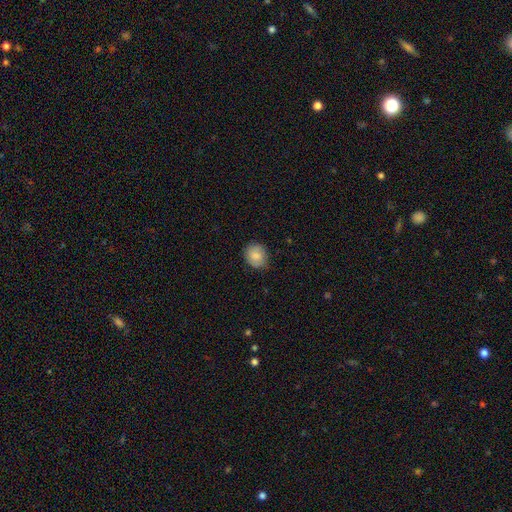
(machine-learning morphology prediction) Overall: smooth (84%). How rounded: round (70%). Merging: none (83%).